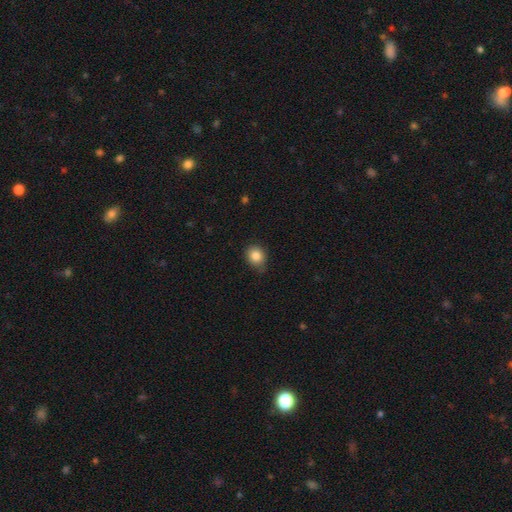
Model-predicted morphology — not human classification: This is clearly a smooth galaxy (85%). How rounded: possibly round (59%). Merging: likely none (70%).